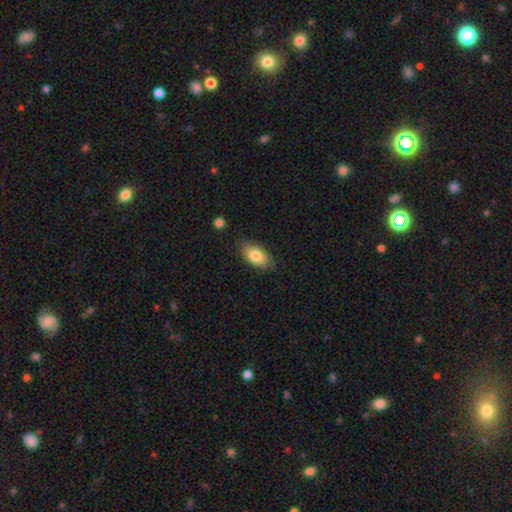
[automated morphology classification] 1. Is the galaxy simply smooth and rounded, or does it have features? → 82% smooth, 12% featured or disk, 7% star or artifact.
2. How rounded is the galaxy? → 91% in between, 5% round, 4% cigar-shaped.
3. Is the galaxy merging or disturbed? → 77% none, 18% minor disturbance, 3% major disturbance, 2% merger.